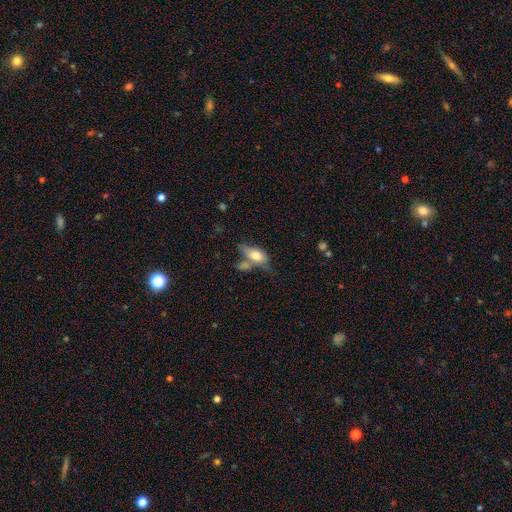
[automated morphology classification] Overall: smooth (63%; featured or disk 29%). How rounded: in between (79%). Merging: none (35%; merger 31%).